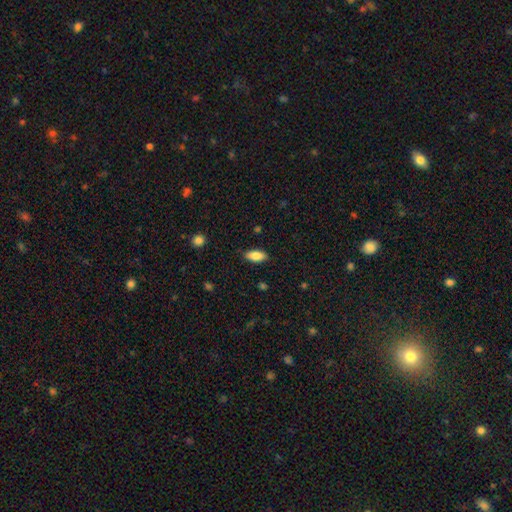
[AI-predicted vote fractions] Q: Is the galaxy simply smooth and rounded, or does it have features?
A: smooth — 84%.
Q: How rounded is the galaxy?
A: in between — 88%.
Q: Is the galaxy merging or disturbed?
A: none — 86%.